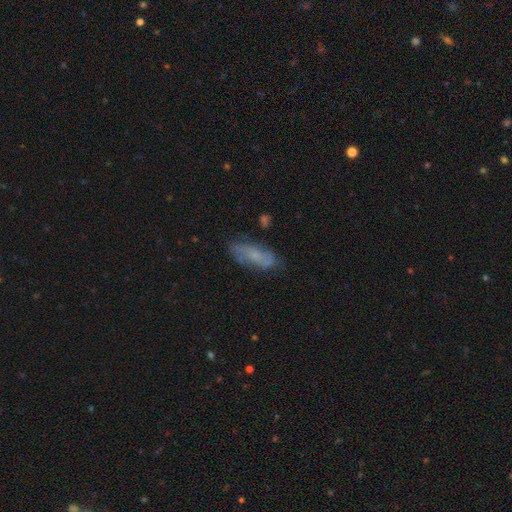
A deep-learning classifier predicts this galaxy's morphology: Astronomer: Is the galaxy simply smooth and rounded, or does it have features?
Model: smooth — 47% (runner-up: featured or disk, 44%).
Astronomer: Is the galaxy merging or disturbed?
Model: none — 73%.